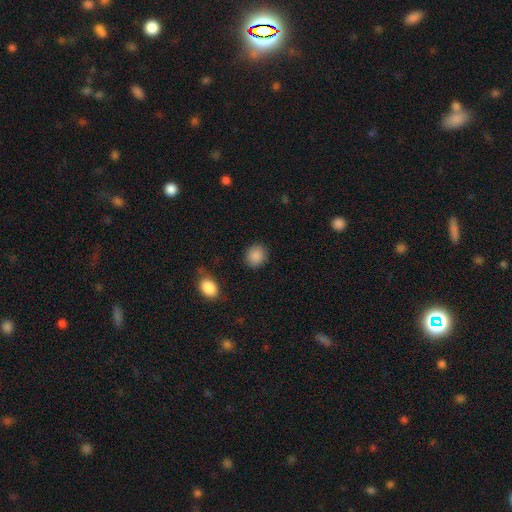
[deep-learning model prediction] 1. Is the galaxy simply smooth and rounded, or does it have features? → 89% smooth, 8% star or artifact, 3% featured or disk.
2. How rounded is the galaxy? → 77% round, 22% in between, 1% cigar-shaped.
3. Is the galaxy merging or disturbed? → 87% none, 9% minor disturbance, 3% major disturbance, 2% merger.